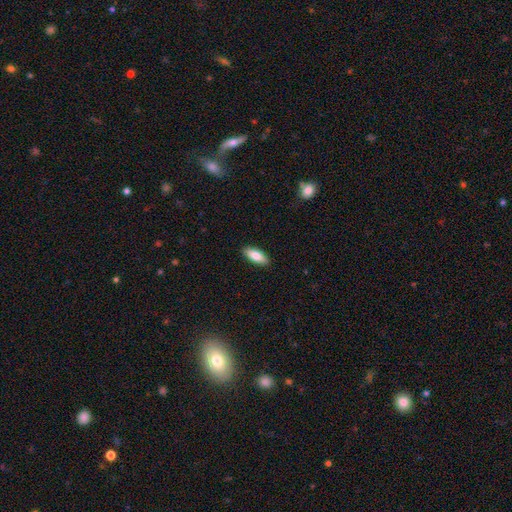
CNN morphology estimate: smooth 82%, featured or disk 12%, star or artifact 6%. Down the decision tree: how rounded — in between (76%); merging — none (90%).